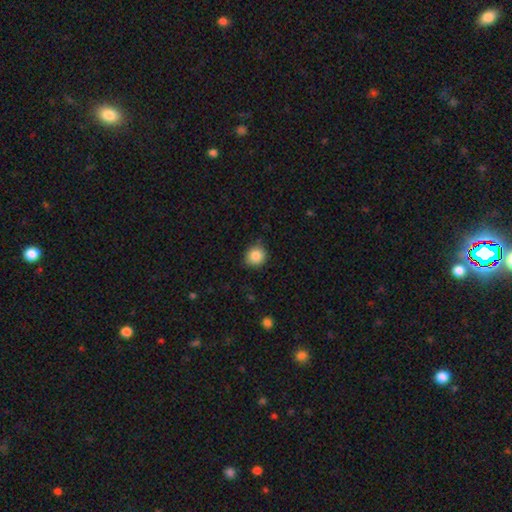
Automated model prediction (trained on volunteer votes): This appears to be a smooth galaxy with no disk features (85%) that is round (88%). Merging: none (85%).